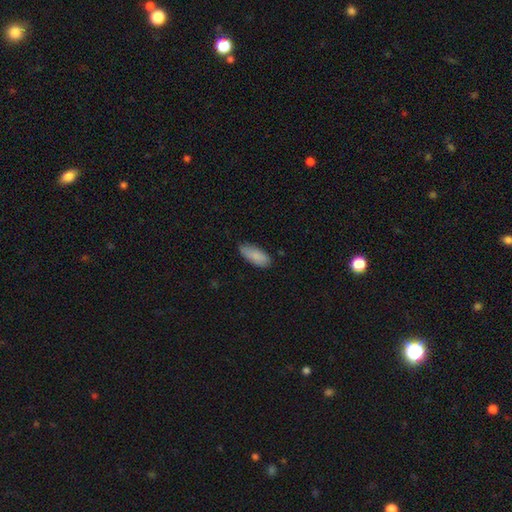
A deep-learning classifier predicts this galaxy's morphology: This appears to be a smooth galaxy with no disk features (85%) that is in between round and cigar-shaped (84%). Merging: none (81%).